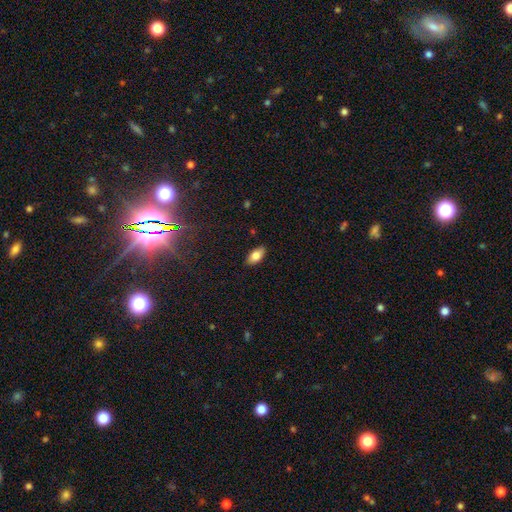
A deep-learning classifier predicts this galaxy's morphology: Smooth or featured: smooth — 80% (featured or disk — 13%)
How rounded: in between — 91% (cigar-shaped — 6%)
Merging: none — 88% (minor disturbance — 9%)